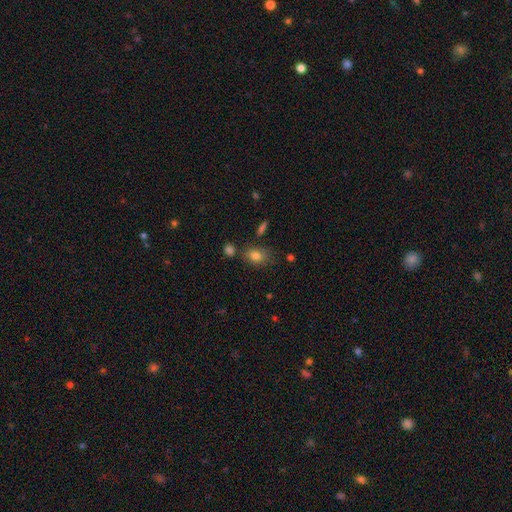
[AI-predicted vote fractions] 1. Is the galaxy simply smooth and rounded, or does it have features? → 80% smooth, 10% star or artifact, 10% featured or disk.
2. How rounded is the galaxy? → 70% in between, 28% round, 2% cigar-shaped.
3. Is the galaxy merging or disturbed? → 71% none, 17% minor disturbance, 8% merger, 4% major disturbance.